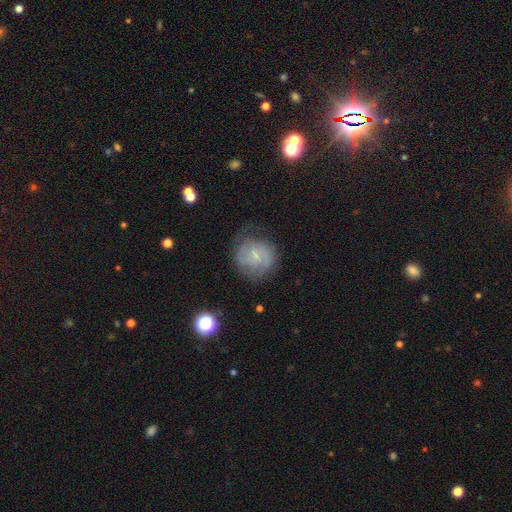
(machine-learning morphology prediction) This appears to be a featured or disk galaxy (59%) with no bar (61%), spiral arms (84%) and a small central bulge (78%). Merging: none (65%).